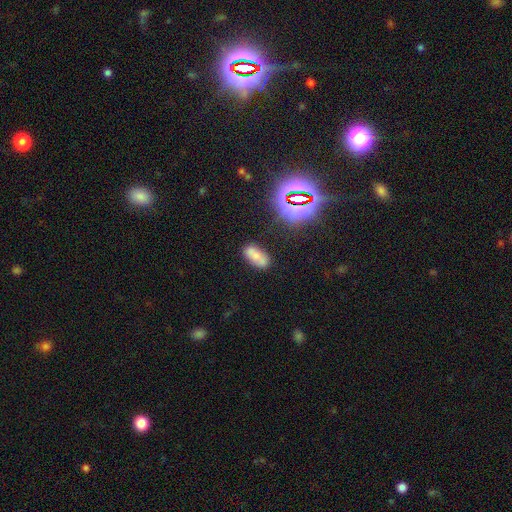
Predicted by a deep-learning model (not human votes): smooth-or-featured: smooth: 68% | featured or disk: 17% | star or artifact: 14%
  how-rounded: in between: 86% | cigar-shaped: 9% | round: 5%
  merging: none: 71% | minor disturbance: 17% | merger: 7% | major disturbance: 5%